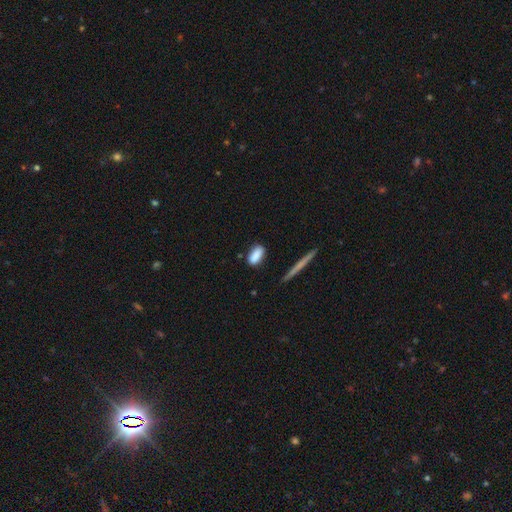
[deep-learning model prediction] Overall: smooth (86%). How rounded: in between (83%). Merging: none (78%).